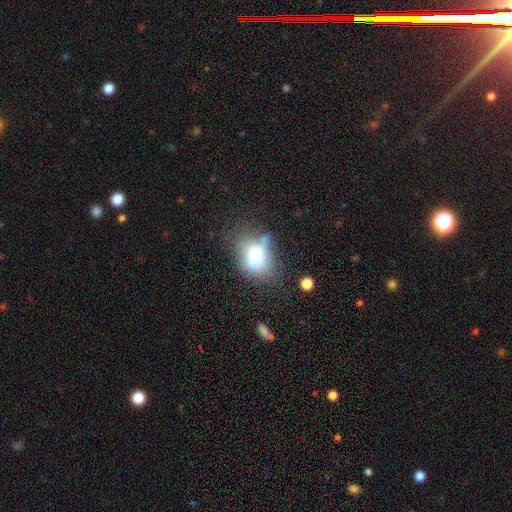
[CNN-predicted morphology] Smooth or featured?
  - smooth: 67% *
  - featured or disk: 22%
  - star or artifact: 11%
How rounded?
  - in between: 71% *
  - round: 28%
  - cigar-shaped: 2%
Merging?
  - none: 46% *
  - minor disturbance: 26%
  - major disturbance: 16%
  - merger: 12%